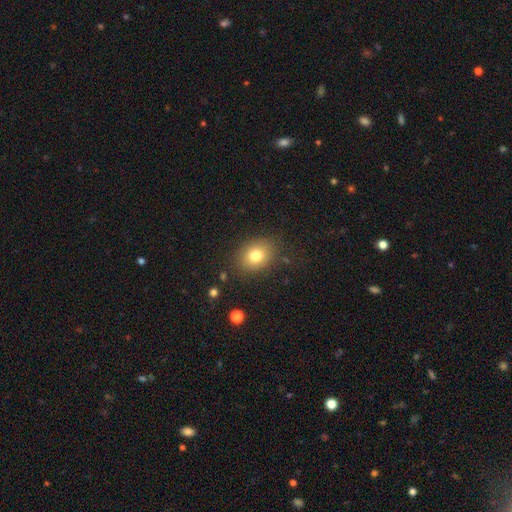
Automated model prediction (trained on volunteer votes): This is likely a smooth galaxy (78%). How rounded: possibly in between (54%). Merging: clearly none (84%).